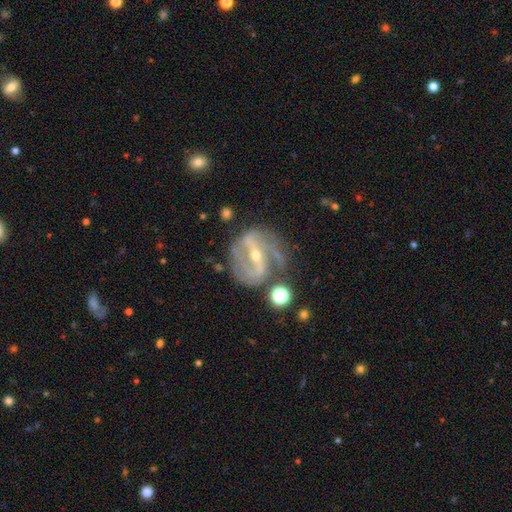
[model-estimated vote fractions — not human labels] featured or disk 88%, smooth 6%, star or artifact 6%. Down the decision tree: edge-on disk — no (96%); bar — strong (64%); spiral arms — yes (93%); spiral arm count — 2 (68%); spiral winding — medium (46%); bulge size — small (60%); merging — none (63%).